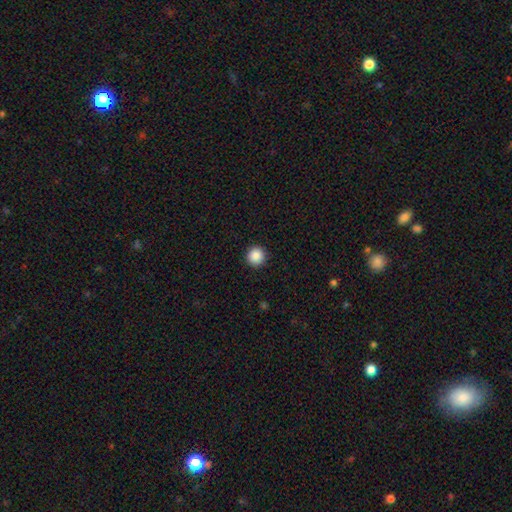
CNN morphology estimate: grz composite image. It shows a smooth galaxy with no disk features (88%) that is round (96%). Merging: none (93%).